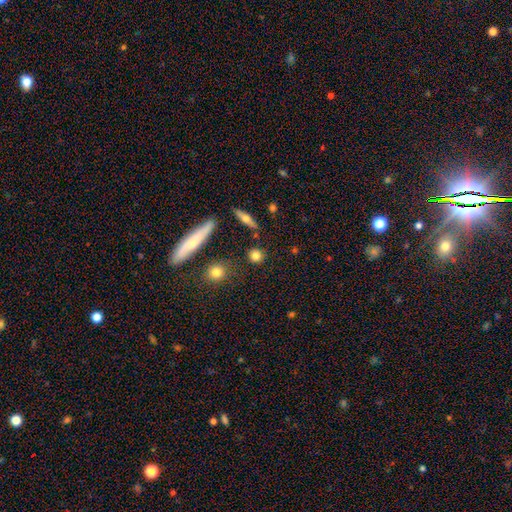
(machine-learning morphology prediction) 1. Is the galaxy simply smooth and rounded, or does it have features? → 80% smooth, 10% featured or disk, 10% star or artifact.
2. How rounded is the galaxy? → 83% round, 12% in between, 5% cigar-shaped.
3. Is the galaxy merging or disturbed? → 83% none, 9% minor disturbance, 5% merger, 3% major disturbance.